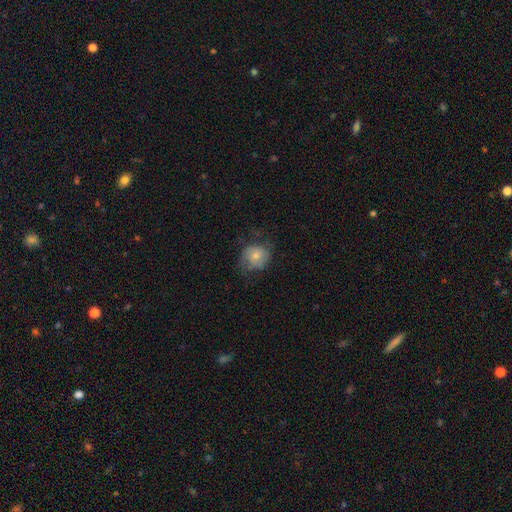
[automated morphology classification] type=smooth (64%); roundness=round (75%); merging=none (54%).